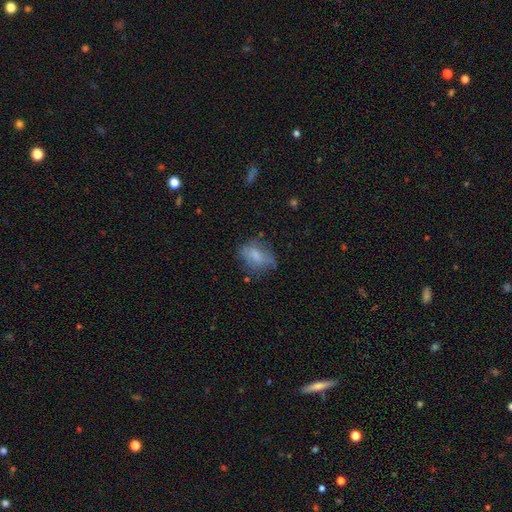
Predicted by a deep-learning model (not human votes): A smooth galaxy with no disk features (65%) that is in between round and cigar-shaped (75%). Merging: none (54%).